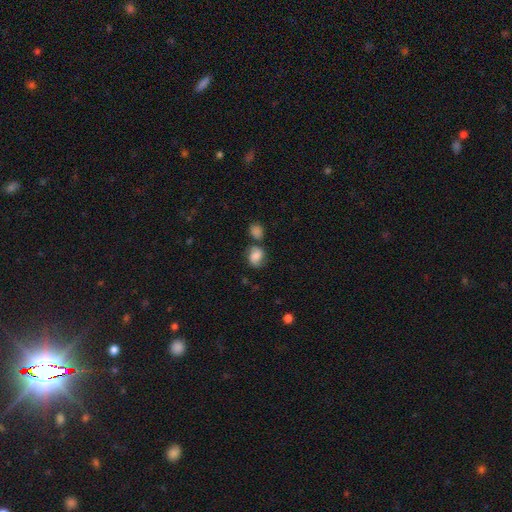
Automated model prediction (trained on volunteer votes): Smooth or featured? smooth (58%)
How rounded? in between (50%)
Merging? none (56%)